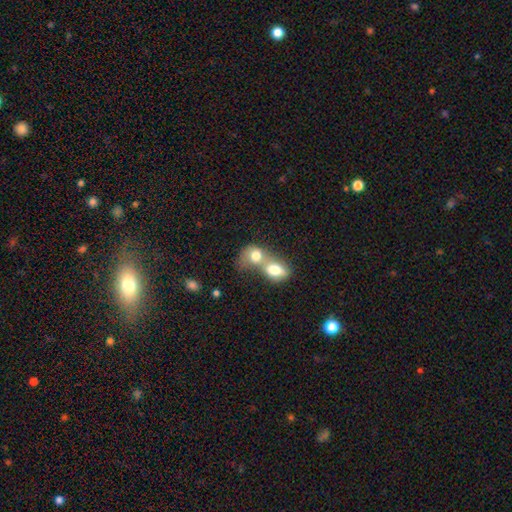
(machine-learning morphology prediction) Q: Smooth or featured?
A: smooth (74%); runner-up: featured or disk (18%)
Q: How rounded?
A: in between (57%); runner-up: round (41%)
Q: Merging?
A: merger (81%); runner-up: none (10%)